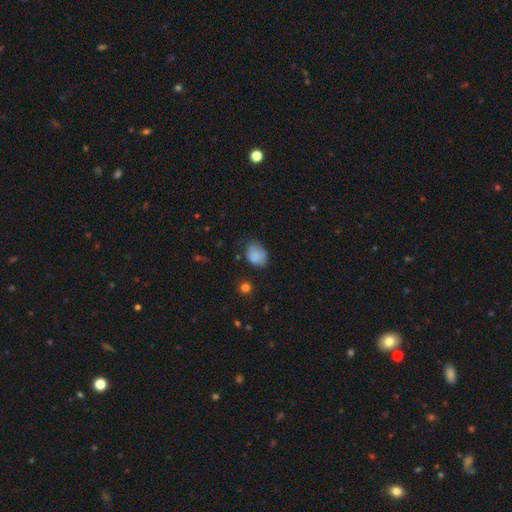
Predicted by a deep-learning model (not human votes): Morphology: type=smooth (81%); roundness=in between (70%); merging=none (52%).